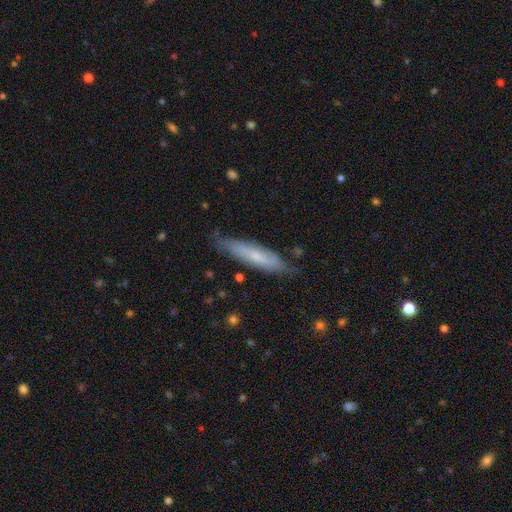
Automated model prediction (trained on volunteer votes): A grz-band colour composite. It shows a smooth galaxy with no disk features (52%) that is cigar-shaped (82%). Merging: none (75%).